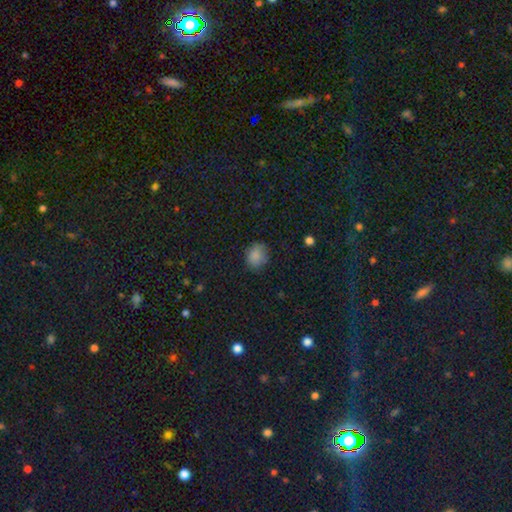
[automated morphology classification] Smooth or featured?
  - smooth: 85% *
  - star or artifact: 10%
  - featured or disk: 5%
How rounded?
  - round: 63% *
  - in between: 36%
  - cigar-shaped: 1%
Merging?
  - none: 77% *
  - minor disturbance: 17%
  - major disturbance: 4%
  - merger: 1%